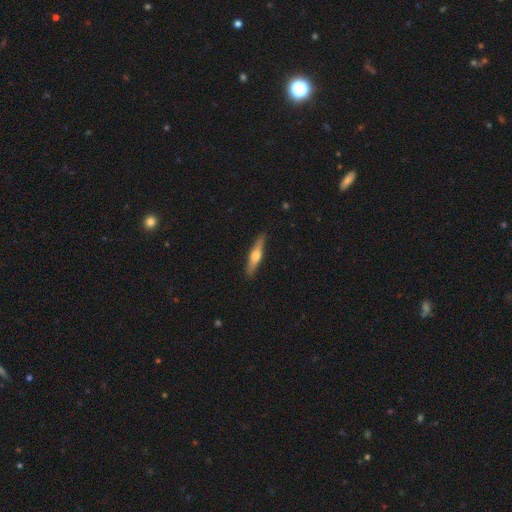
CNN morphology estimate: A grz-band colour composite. It shows a featured or disk galaxy (51%) viewed edge-on (94%). Merging: none (89%).